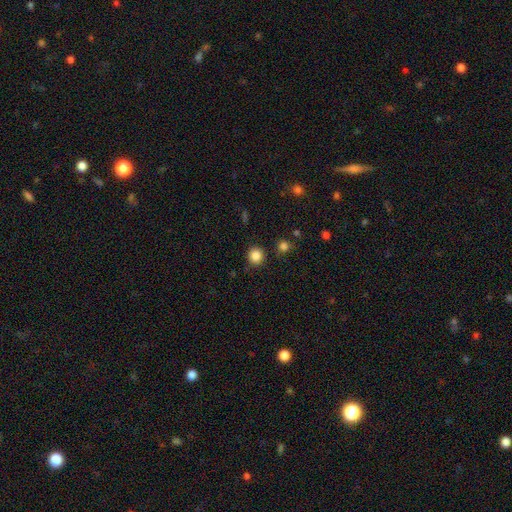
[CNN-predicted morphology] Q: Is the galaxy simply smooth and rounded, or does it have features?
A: smooth — 85%.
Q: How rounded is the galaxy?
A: round — 93%.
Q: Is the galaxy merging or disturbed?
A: none — 89%.